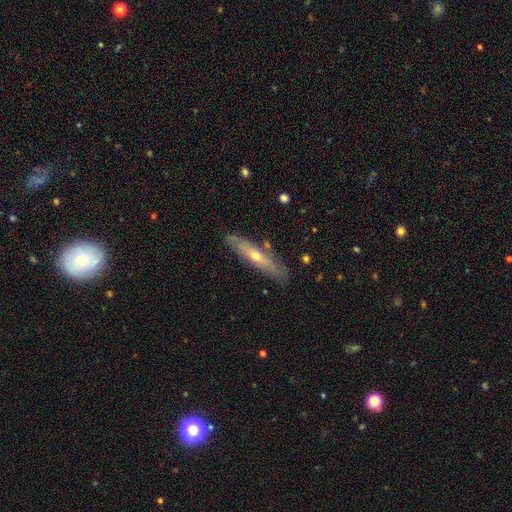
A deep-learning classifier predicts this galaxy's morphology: The model was most divided on "smooth or featured": featured or disk: 58%, smooth: 36%, star or artifact: 6%. More confident: merging — none (80%); edge-on disk — yes (67%).